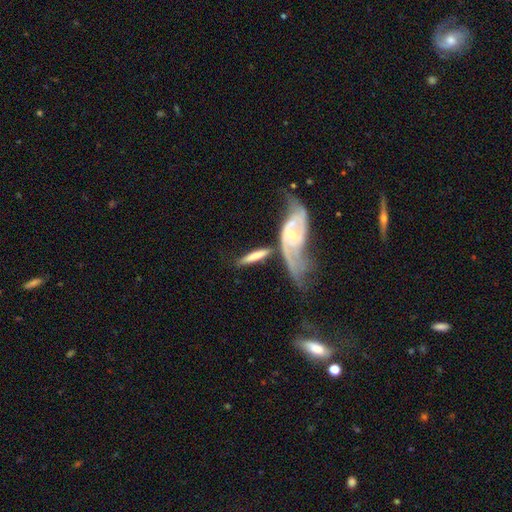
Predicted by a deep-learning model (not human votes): Morphology: type=smooth (48%); merging=none (42%).